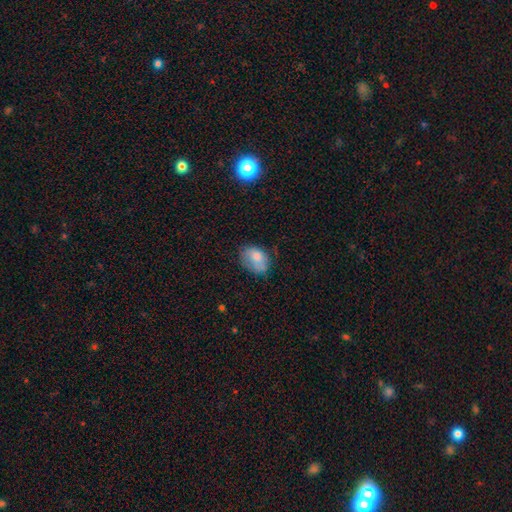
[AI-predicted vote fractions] smooth-or-featured: smooth: 75% | featured or disk: 16% | star or artifact: 8%
  how-rounded: in between: 74% | round: 25% | cigar-shaped: 1%
  merging: none: 55% | minor disturbance: 31% | major disturbance: 11% | merger: 3%